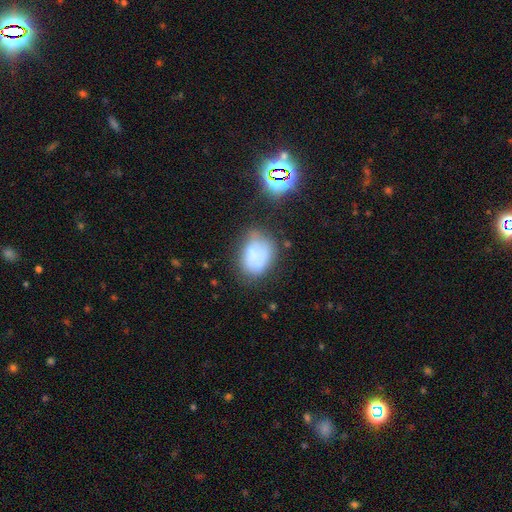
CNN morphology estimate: Smooth or featured? smooth (65%)
How rounded? in between (69%)
Merging? none (41%)